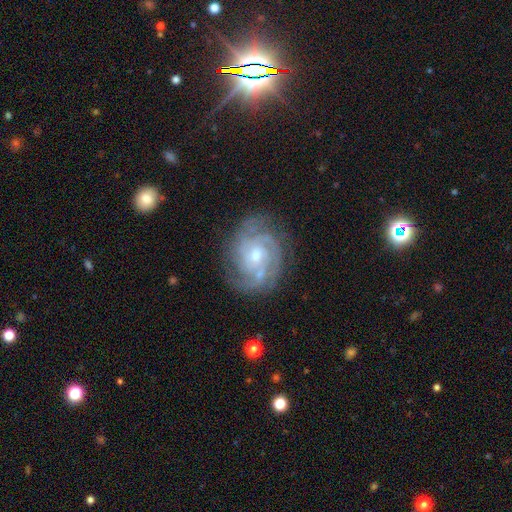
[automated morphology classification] This appears to be a featured or disk galaxy (88%) with no bar (69%), 3 (34%) tight (67%) spiral arms (97%) and a moderate central bulge (49%). Merging: none (76%).